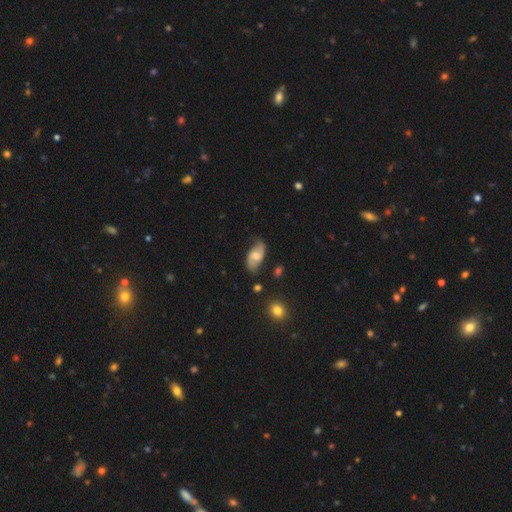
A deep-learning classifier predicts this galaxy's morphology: Smooth or featured?
  - featured or disk: 62% *
  - smooth: 31%
  - star or artifact: 7%
Edge-on disk?
  - no: 94% *
  - yes: 6%
Bar?
  - no: 51% *
  - weak: 39%
  - strong: 10%
Spiral arms?
  - yes: 87% *
  - no: 13%
Spiral winding?
  - loose: 59% *
  - medium: 29%
  - tight: 12%
Spiral arm count?
  - 2: 87% *
  - can't tell: 7%
  - 1: 3%
  - 3: 1%
  - 4: 1%
  - more than 4: 1%
Bulge size?
  - moderate: 57% *
  - small: 33%
  - large: 5%
  - none: 4%
  - dominant: 1%
Merging?
  - none: 69% *
  - minor disturbance: 23%
  - major disturbance: 7%
  - merger: 2%